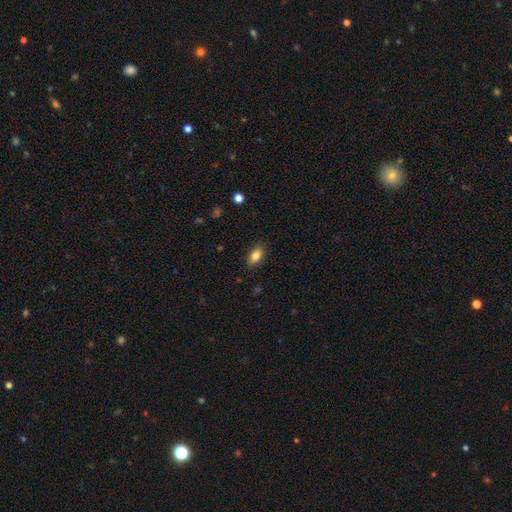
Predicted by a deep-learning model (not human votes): This appears to be a smooth galaxy with no disk features (83%) that is in between round and cigar-shaped (89%). Merging: none (87%).